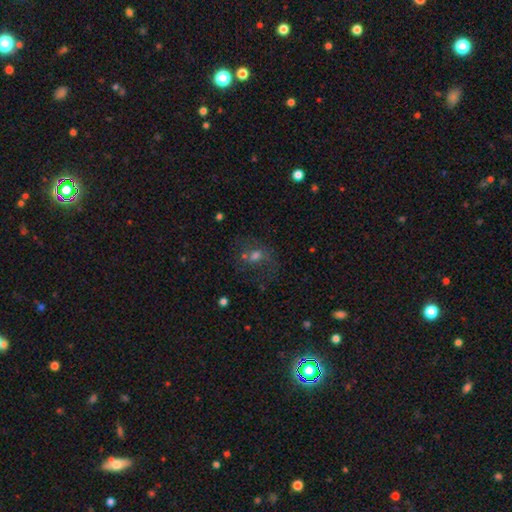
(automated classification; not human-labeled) A smooth galaxy with no disk features (41%). Merging: none (45%).